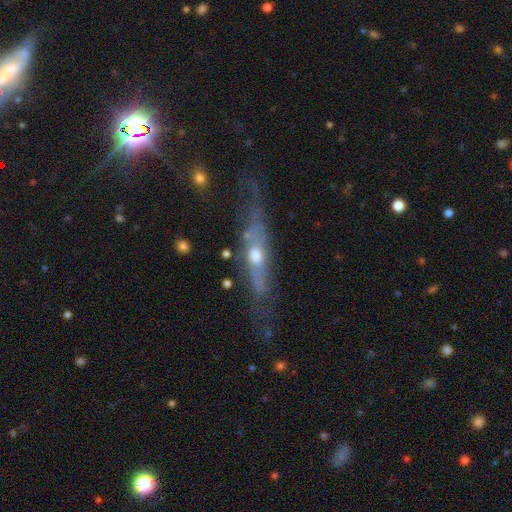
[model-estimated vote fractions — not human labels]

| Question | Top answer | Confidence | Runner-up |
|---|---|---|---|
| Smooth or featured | featured or disk | 66% | smooth (27%) |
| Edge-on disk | yes | 57% | no (43%) |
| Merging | none | 47% | minor disturbance (26%) |